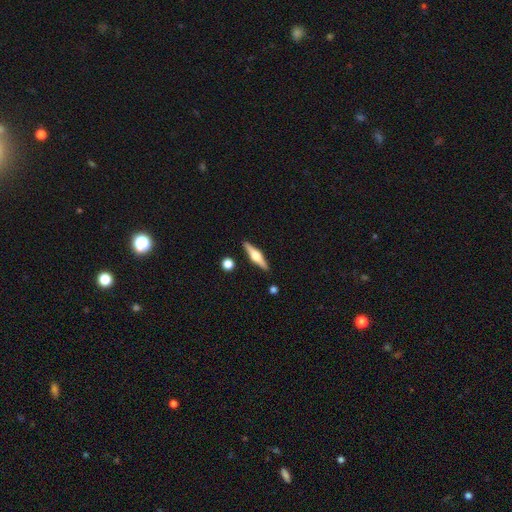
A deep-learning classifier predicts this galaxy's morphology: featured or disk 68%, smooth 27%, star or artifact 6%. Down the decision tree: edge-on disk — yes (97%); edge-on bulge — rounded (93%); merging — none (89%).